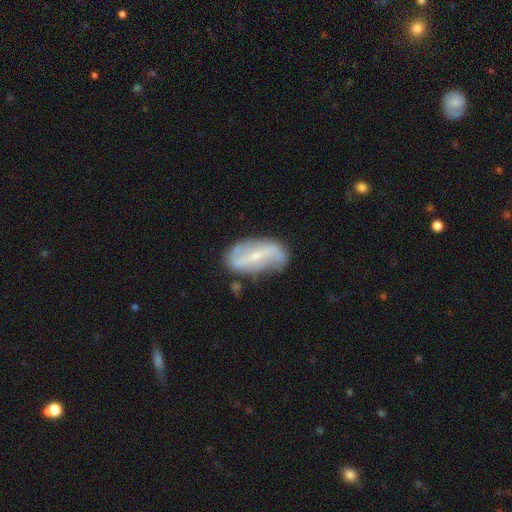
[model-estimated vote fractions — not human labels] Morphology: type=featured or disk (78%); edge-on=no (92%); bar=strong (56%); spiral arms=yes (82%); winding=loose (65%); arm count=2 (86%); bulge=small (76%); merging=none (74%).